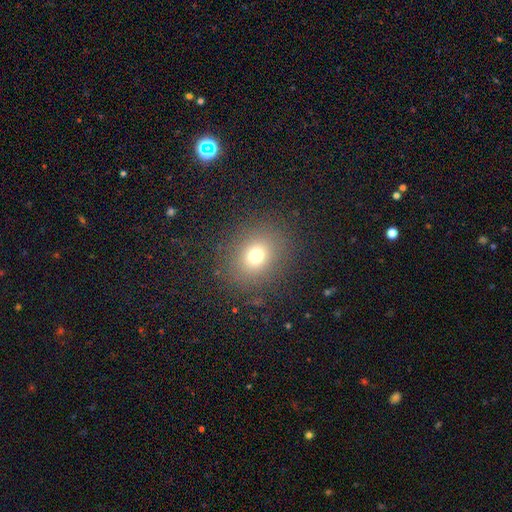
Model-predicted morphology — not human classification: Overall: smooth (72%). How rounded: round (67%; in between 32%). Merging: none (86%).